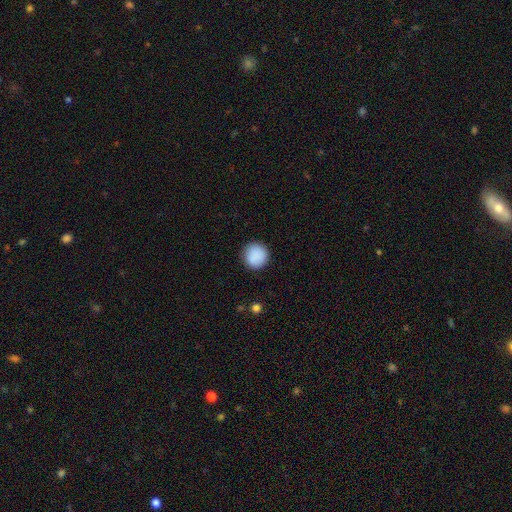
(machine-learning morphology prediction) Smooth or featured? smooth (89%)
How rounded? round (94%)
Merging? none (90%)